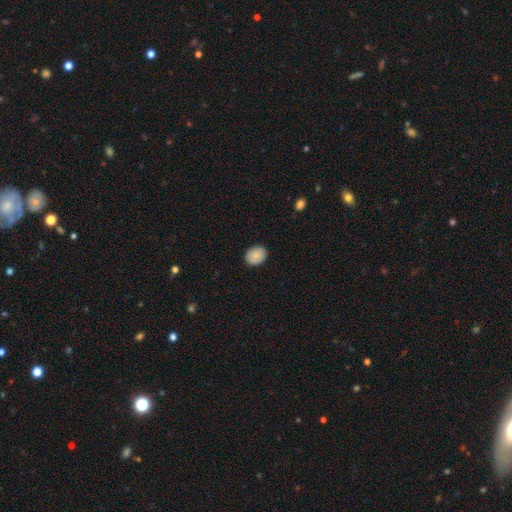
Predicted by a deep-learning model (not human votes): smooth_or_featured: smooth (p=0.88) [alt: star or artifact p=0.07]
how_rounded: in between (p=0.53) [alt: round p=0.46]
merging: none (p=0.89) [alt: minor disturbance p=0.08]